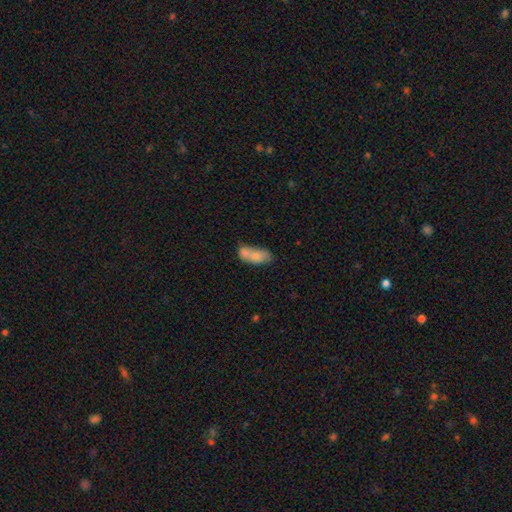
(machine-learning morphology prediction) This is likely a smooth galaxy (71%). How rounded: clearly in between (86%). Merging: possibly merger (56%).